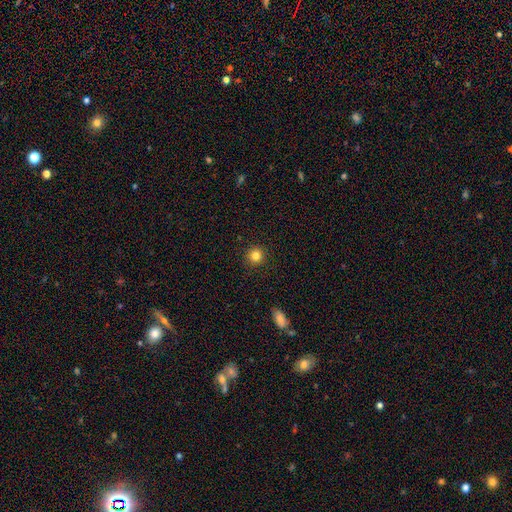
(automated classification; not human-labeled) Morphology: type=smooth (83%); roundness=round (94%); merging=none (92%).